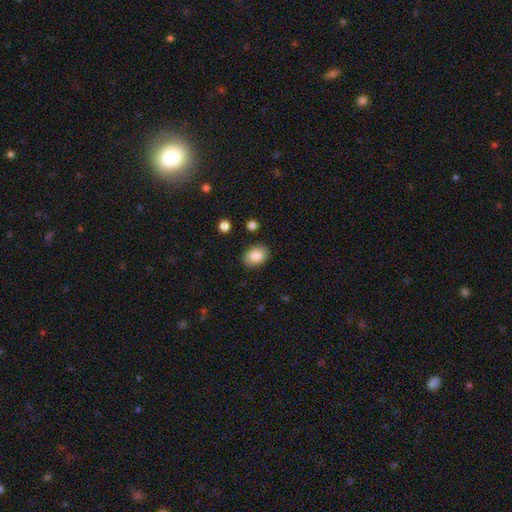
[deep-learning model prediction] smooth-or-featured: smooth: 86% | star or artifact: 8% | featured or disk: 7%
  how-rounded: in between: 73% | round: 26% | cigar-shaped: 1%
  merging: none: 85% | minor disturbance: 10% | major disturbance: 3% | merger: 2%